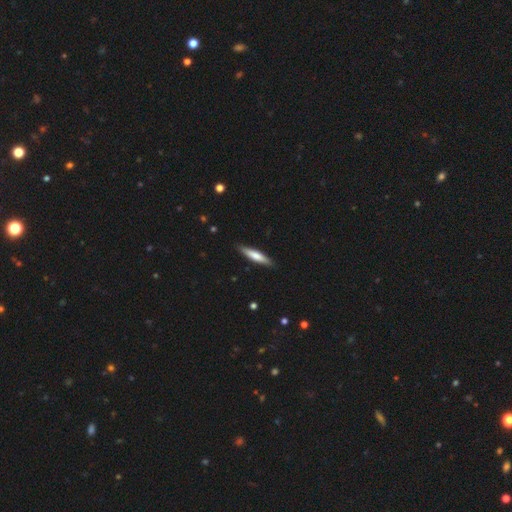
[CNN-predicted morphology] smooth 65%, featured or disk 30%, star or artifact 5%. Down the decision tree: how rounded — cigar-shaped (84%); merging — none (88%).